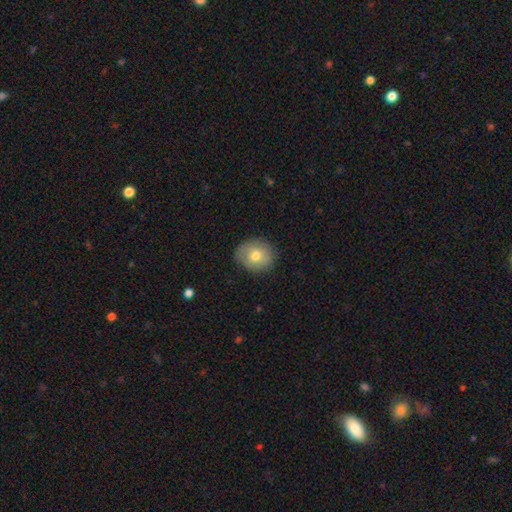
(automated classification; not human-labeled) Smooth or featured: smooth — 74% (featured or disk — 18%)
How rounded: round — 71% (in between — 29%)
Merging: none — 79% (minor disturbance — 16%)